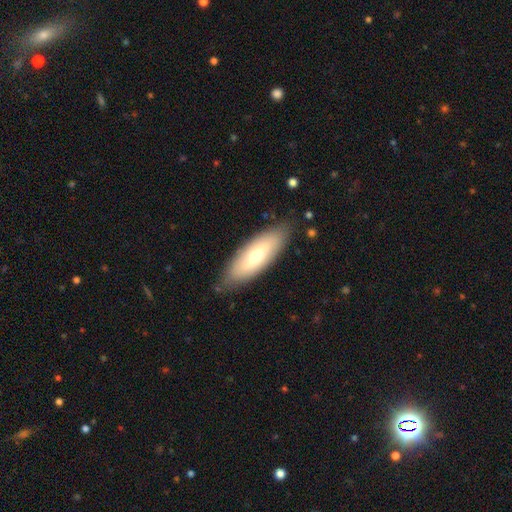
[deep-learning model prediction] Smooth or featured?
  - smooth: 57% *
  - featured or disk: 36%
  - star or artifact: 6%
How rounded?
  - in between: 68% *
  - cigar-shaped: 29%
  - round: 2%
Merging?
  - none: 83% *
  - minor disturbance: 13%
  - major disturbance: 3%
  - merger: 1%